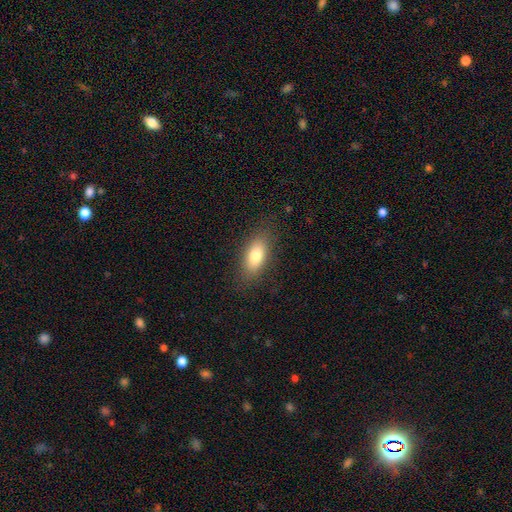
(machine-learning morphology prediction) This appears to be a smooth galaxy with no disk features (78%) that is in between round and cigar-shaped (85%). Merging: none (85%).